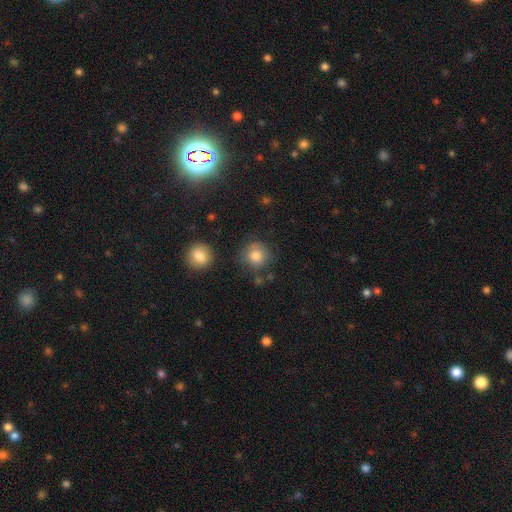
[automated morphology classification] smooth 82%, star or artifact 10%, featured or disk 9%. Down the decision tree: how rounded — round (90%); merging — none (73%).